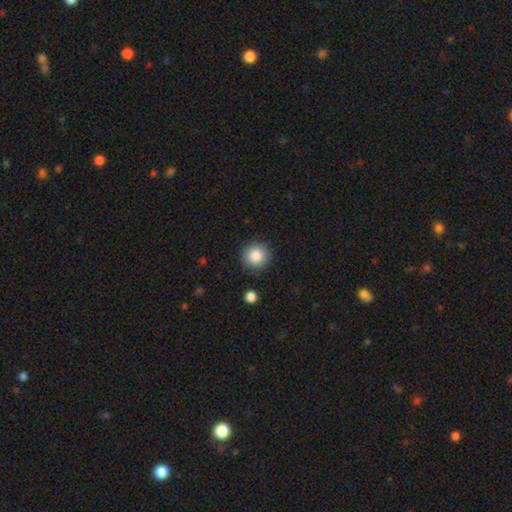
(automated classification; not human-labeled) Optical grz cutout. It shows a smooth galaxy with no disk features (86%) that is round (94%). Merging: none (87%).